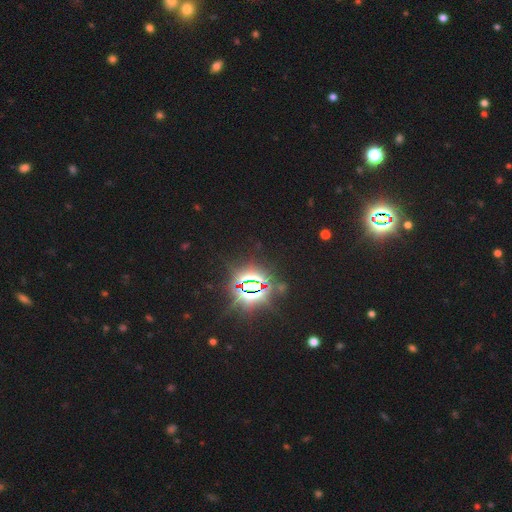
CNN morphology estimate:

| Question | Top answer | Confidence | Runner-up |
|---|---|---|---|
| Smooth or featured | star or artifact | 85% | smooth (9%) |